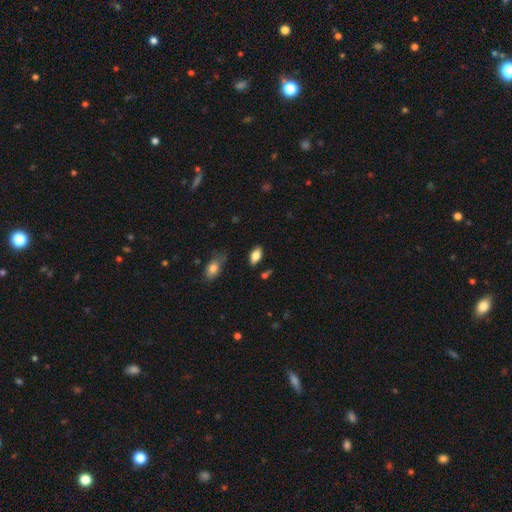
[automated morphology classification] smooth_or_featured: smooth (p=0.78) [alt: featured or disk p=0.14]
how_rounded: in between (p=0.89) [alt: cigar-shaped p=0.06]
merging: none (p=0.81) [alt: minor disturbance p=0.13]